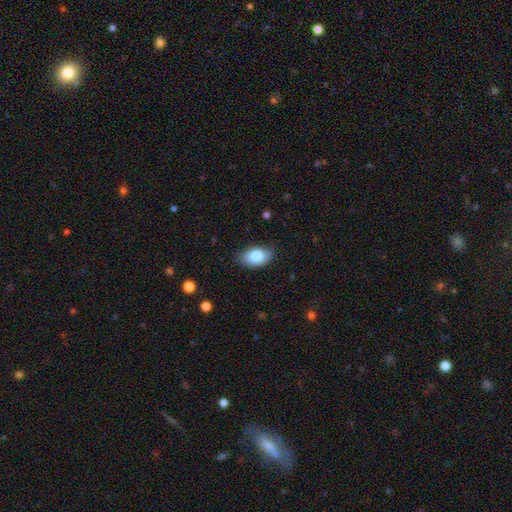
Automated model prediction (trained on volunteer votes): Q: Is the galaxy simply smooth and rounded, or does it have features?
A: smooth — 81%.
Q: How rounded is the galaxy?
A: in between — 91%.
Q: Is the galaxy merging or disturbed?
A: none — 82%.